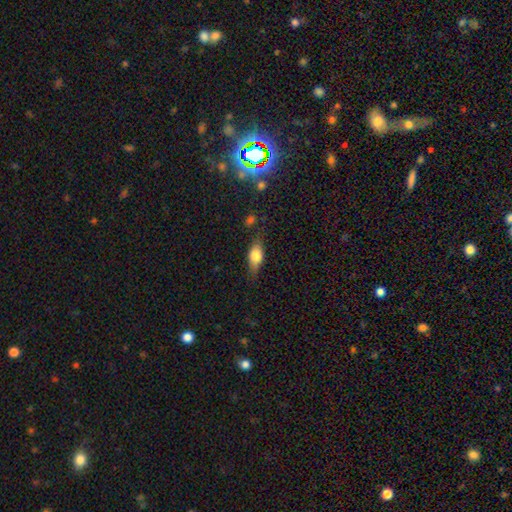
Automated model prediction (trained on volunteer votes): Smooth or featured? Predicted: smooth (p=0.62). How rounded? Predicted: in between (p=0.75). Merging? Predicted: none (p=0.71).